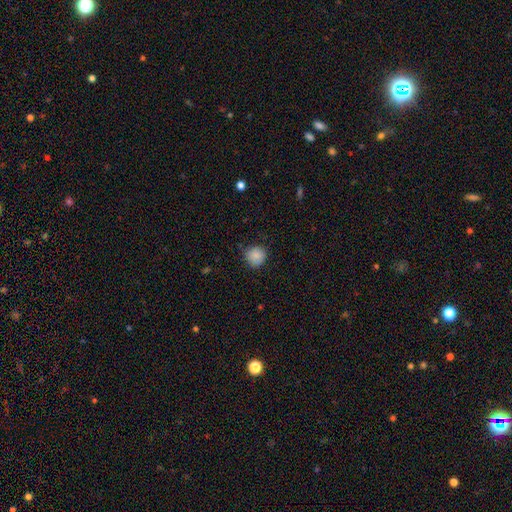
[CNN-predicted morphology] This appears to be a smooth galaxy with no disk features (86%) that is round (91%). Merging: none (80%).